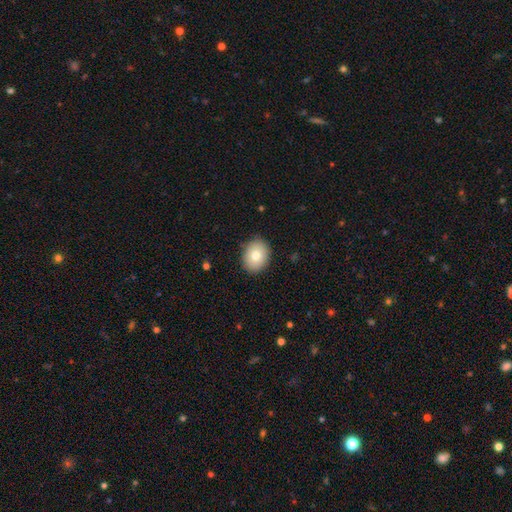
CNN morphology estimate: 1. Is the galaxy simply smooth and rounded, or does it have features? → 78% smooth, 14% featured or disk, 8% star or artifact.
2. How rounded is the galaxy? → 55% in between, 45% round, 1% cigar-shaped.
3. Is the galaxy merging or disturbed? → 88% none, 9% minor disturbance, 2% major disturbance, 1% merger.